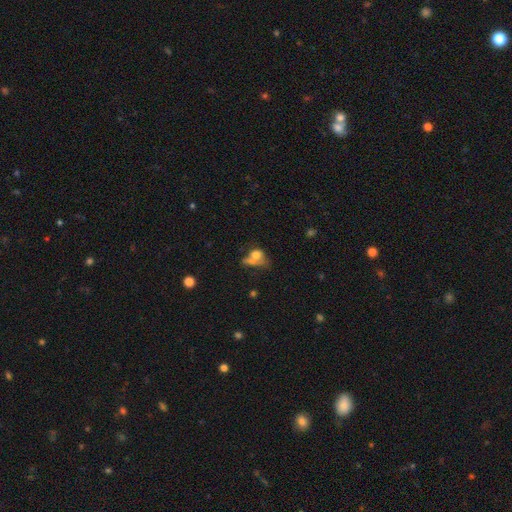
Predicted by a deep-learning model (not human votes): smooth 65%, featured or disk 21%, star or artifact 14%. Down the decision tree: how rounded — in between (54%); merging — merger (42%).